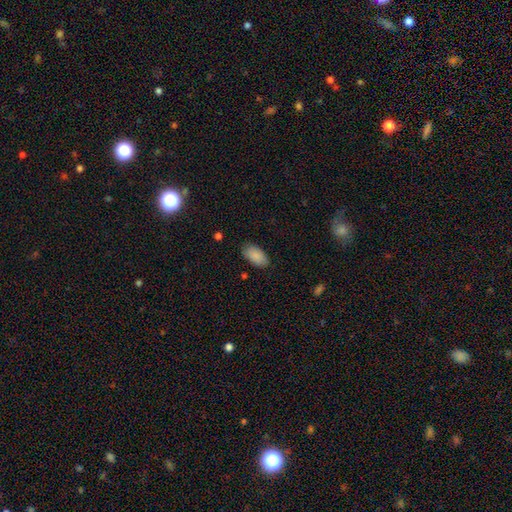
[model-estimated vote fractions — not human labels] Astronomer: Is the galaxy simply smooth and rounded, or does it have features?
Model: smooth — 89%.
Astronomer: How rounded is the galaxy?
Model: in between — 95%.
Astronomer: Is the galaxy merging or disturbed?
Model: none — 86%.